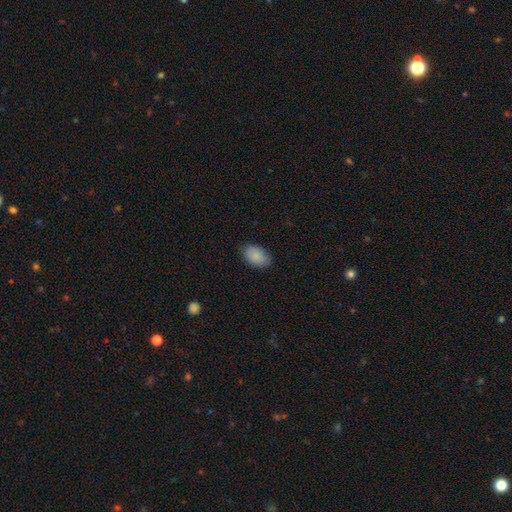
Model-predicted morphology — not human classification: Q: Smooth or featured?
A: smooth (89%); runner-up: star or artifact (7%)
Q: How rounded?
A: in between (90%); runner-up: round (9%)
Q: Merging?
A: none (81%); runner-up: minor disturbance (15%)